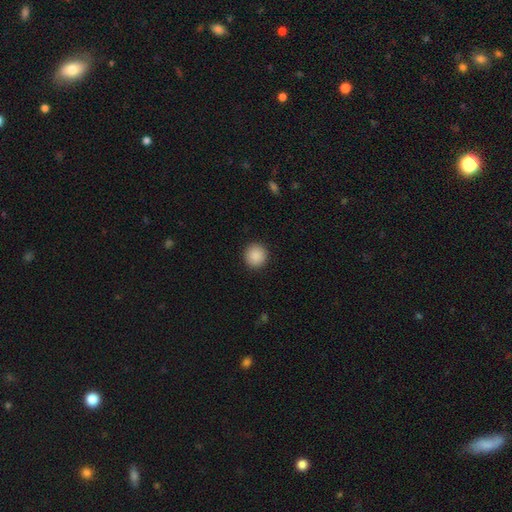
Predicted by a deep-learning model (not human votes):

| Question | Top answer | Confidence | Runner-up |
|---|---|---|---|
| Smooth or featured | smooth | 89% | star or artifact (8%) |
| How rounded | round | 94% | in between (5%) |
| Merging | none | 93% | minor disturbance (5%) |